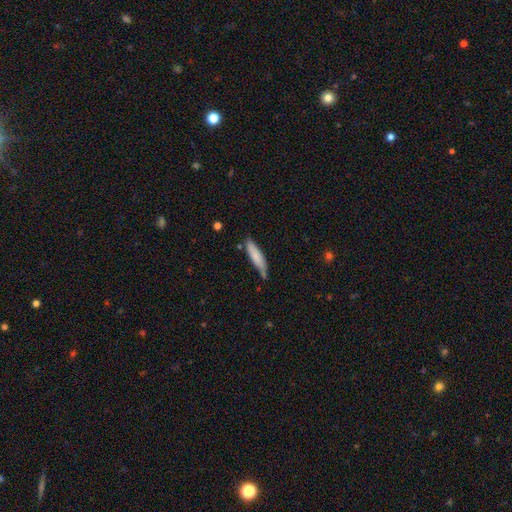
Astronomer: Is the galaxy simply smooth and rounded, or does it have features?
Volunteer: smooth — 79%.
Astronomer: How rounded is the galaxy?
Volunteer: cigar-shaped — 74%.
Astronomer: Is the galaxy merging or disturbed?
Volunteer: none — 58%.